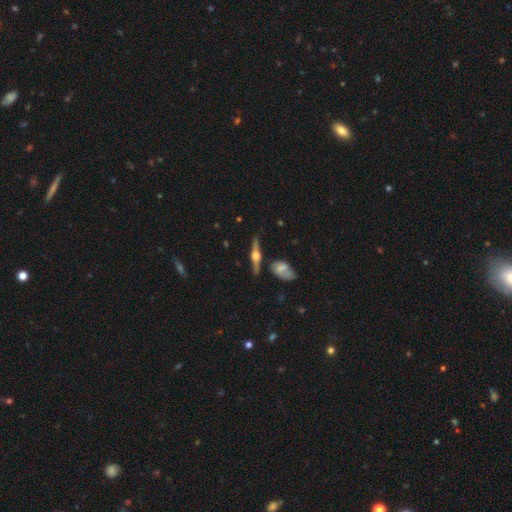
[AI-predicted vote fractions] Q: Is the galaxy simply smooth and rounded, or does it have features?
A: featured or disk — 81%.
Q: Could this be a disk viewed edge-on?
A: yes — 97%.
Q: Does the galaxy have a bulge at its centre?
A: rounded — 94%.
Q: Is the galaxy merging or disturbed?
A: none — 79%.